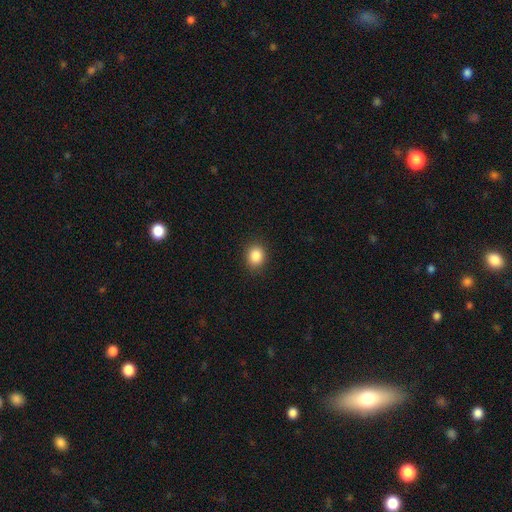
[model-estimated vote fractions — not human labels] smooth-or-featured: smooth: 87% | star or artifact: 10% | featured or disk: 4%
  how-rounded: round: 60% | in between: 39% | cigar-shaped: 1%
  merging: none: 89% | minor disturbance: 8% | major disturbance: 2% | merger: 1%